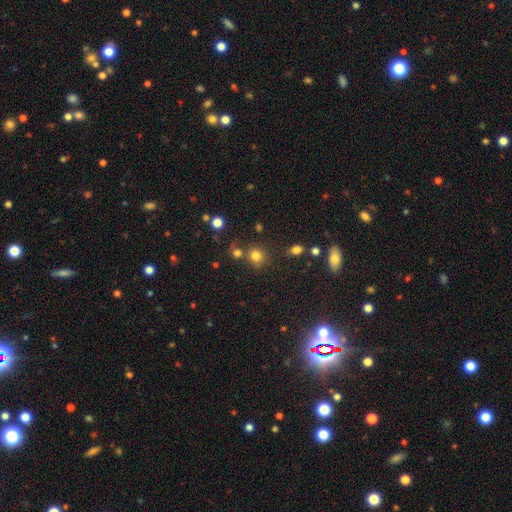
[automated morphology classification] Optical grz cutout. It shows a smooth galaxy with no disk features (78%) that is round (86%). Merging: none (68%).